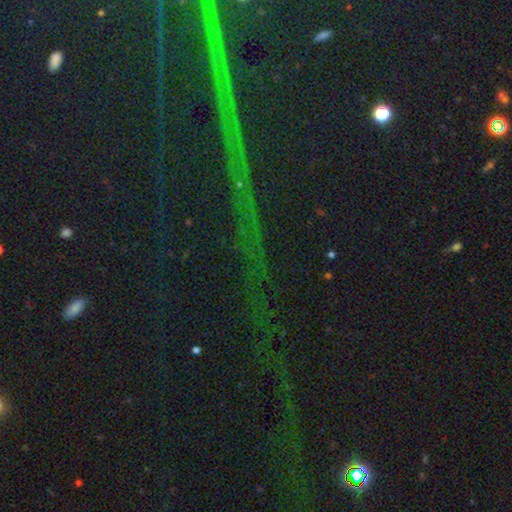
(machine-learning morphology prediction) Overall: star or artifact (82%).